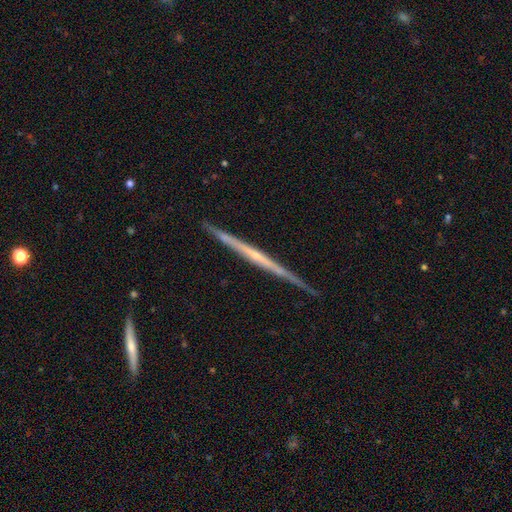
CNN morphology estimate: Smooth or featured? Predicted: featured or disk (p=0.78). Edge-on disk? Predicted: yes (p=0.98). Edge-on bulge? Predicted: none (p=0.62). Merging? Predicted: none (p=0.87).